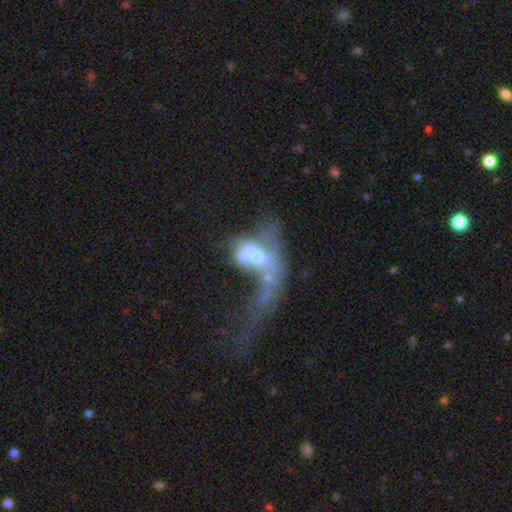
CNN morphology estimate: Q: Smooth or featured?
A: featured or disk (54%); runner-up: smooth (35%)
Q: Edge-on disk?
A: no (94%); runner-up: yes (6%)
Q: Bar?
A: no (78%); runner-up: weak (17%)
Q: Spiral arms?
A: no (73%); runner-up: yes (27%)
Q: Bulge size?
A: moderate (56%); runner-up: small (26%)
Q: Merging?
A: major disturbance (45%); runner-up: merger (42%)